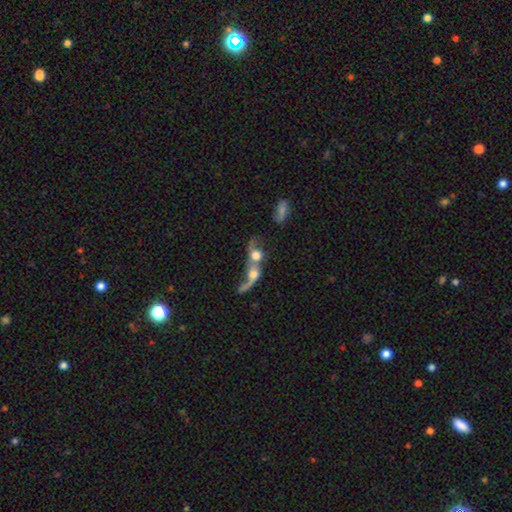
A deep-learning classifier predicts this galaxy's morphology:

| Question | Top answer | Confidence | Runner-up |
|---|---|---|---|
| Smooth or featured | smooth | 47% | featured or disk (42%) |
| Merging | merger | 82% | major disturbance (8%) |